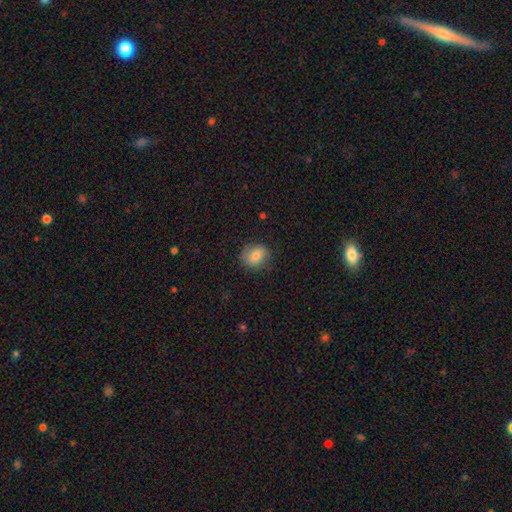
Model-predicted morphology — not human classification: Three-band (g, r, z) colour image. It shows a smooth galaxy with no disk features (76%) that is round (63%). Merging: none (78%).